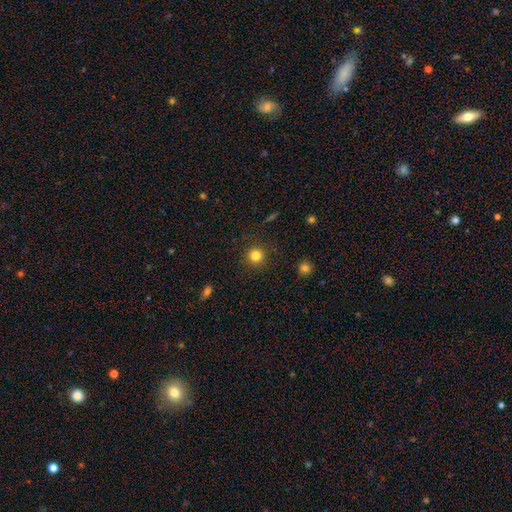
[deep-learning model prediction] Smooth or featured?
  - smooth: 82% *
  - star or artifact: 13%
  - featured or disk: 5%
How rounded?
  - round: 94% *
  - in between: 5%
  - cigar-shaped: 1%
Merging?
  - none: 90% *
  - minor disturbance: 6%
  - major disturbance: 2%
  - merger: 1%